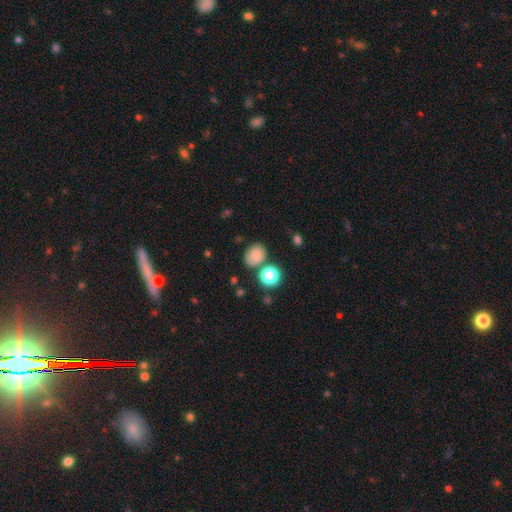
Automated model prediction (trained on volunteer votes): This appears to be a smooth galaxy with no disk features (75%) that is in between round and cigar-shaped (50%). Merging: none (67%).